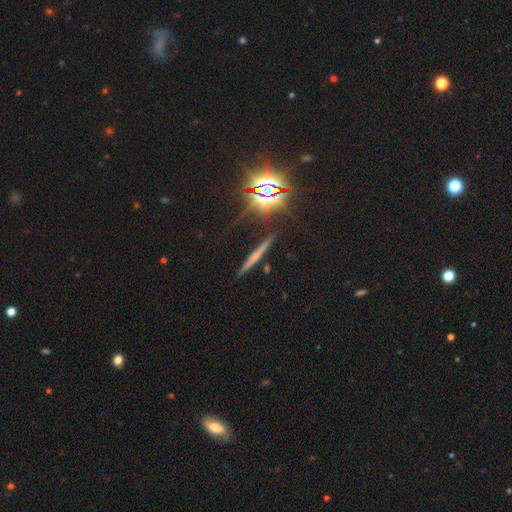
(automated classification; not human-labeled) A featured or disk galaxy (40%). Merging: none (87%).